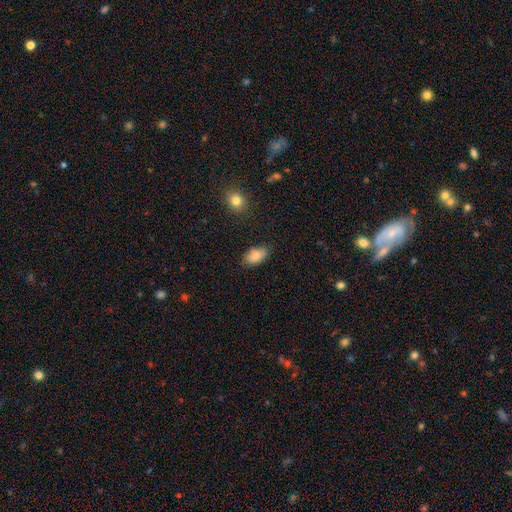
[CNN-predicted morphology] type=smooth (85%); roundness=in between (92%); merging=none (76%).